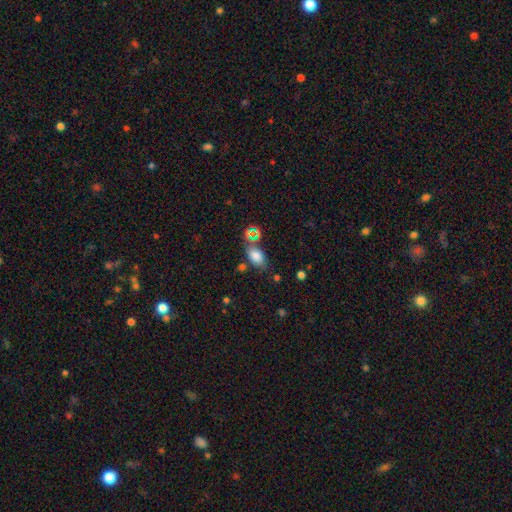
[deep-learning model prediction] smooth 77%, star or artifact 13%, featured or disk 10%. Down the decision tree: how rounded — in between (88%); merging — none (61%).